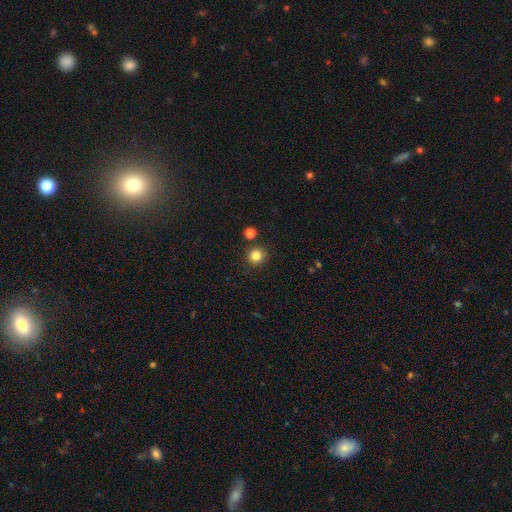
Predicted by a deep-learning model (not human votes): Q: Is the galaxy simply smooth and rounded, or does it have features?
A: smooth — 83%.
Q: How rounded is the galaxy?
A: round — 92%.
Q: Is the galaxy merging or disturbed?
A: none — 86%.